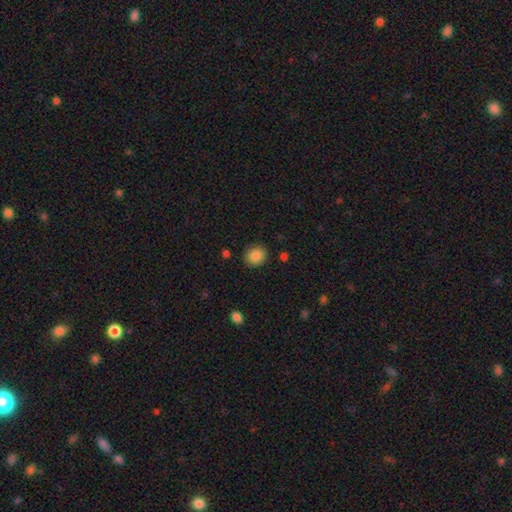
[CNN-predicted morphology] A smooth galaxy with no disk features (86%) that is round (75%). Merging: none (88%).